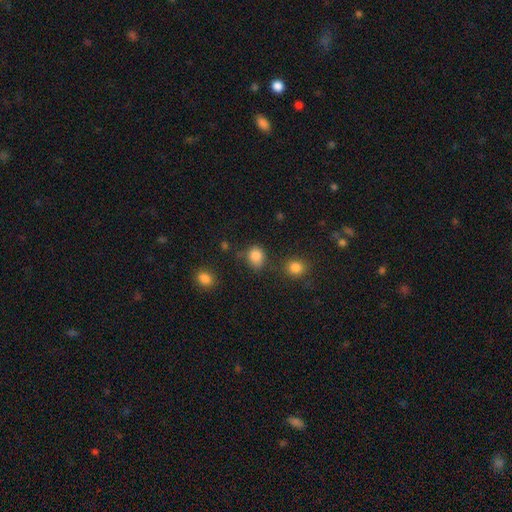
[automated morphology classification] Smooth or featured? smooth (84%)
How rounded? round (65%)
Merging? none (65%)